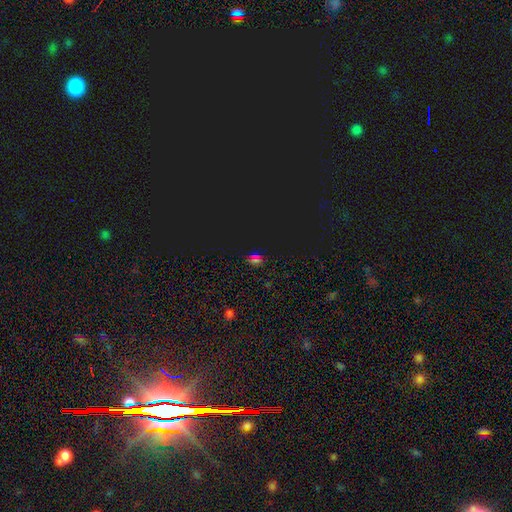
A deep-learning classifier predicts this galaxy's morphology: Q: Smooth or featured?
A: star or artifact (65%); runner-up: smooth (27%)